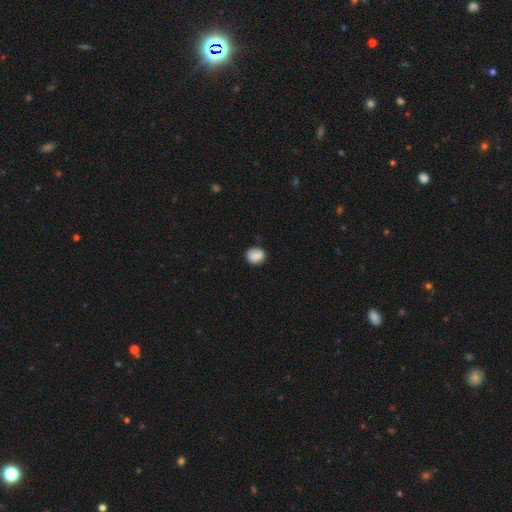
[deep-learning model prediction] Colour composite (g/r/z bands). It shows a smooth galaxy with no disk features (87%) that is round (68%). Merging: none (80%).